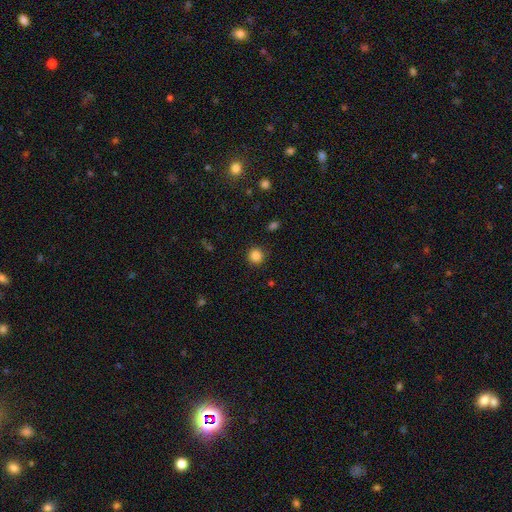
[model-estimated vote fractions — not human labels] smooth-or-featured: smooth: 85% | star or artifact: 11% | featured or disk: 4%
  how-rounded: round: 94% | in between: 5% | cigar-shaped: 1%
  merging: none: 91% | minor disturbance: 6% | major disturbance: 2% | merger: 1%